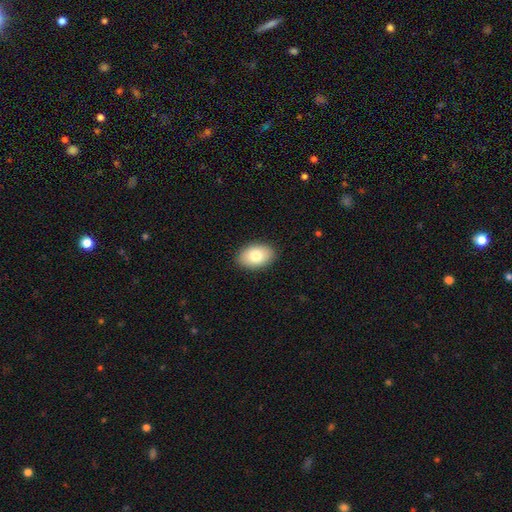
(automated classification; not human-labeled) smooth-or-featured: smooth: 81% | featured or disk: 12% | star or artifact: 7%
  how-rounded: in between: 89% | round: 10% | cigar-shaped: 1%
  merging: none: 89% | minor disturbance: 8% | major disturbance: 2% | merger: 1%